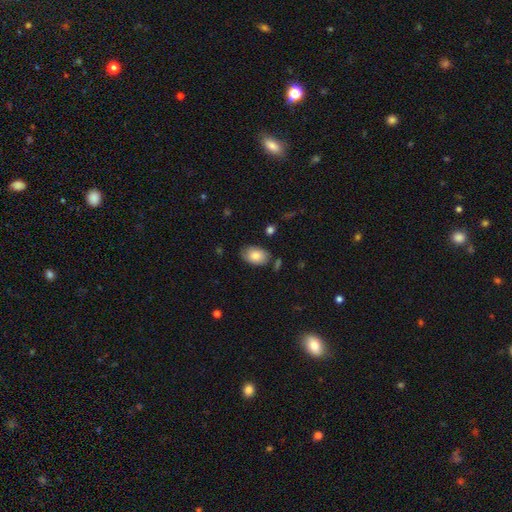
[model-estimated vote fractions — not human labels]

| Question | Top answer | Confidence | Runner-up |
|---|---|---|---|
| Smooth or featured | smooth | 80% | featured or disk (13%) |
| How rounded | in between | 87% | round (12%) |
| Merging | none | 71% | minor disturbance (21%) |